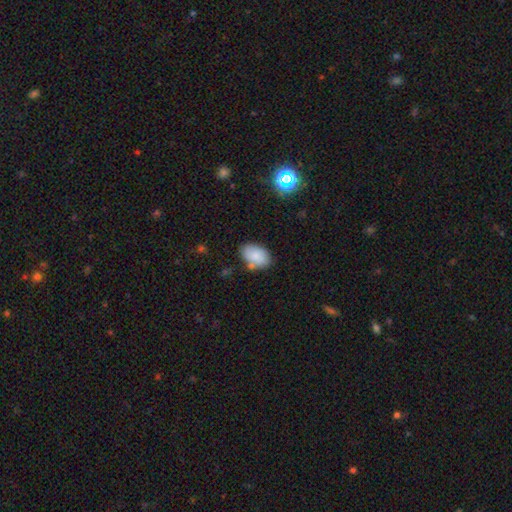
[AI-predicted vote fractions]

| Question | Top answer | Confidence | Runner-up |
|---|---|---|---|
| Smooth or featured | smooth | 82% | featured or disk (10%) |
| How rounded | in between | 90% | round (8%) |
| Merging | none | 68% | minor disturbance (18%) |